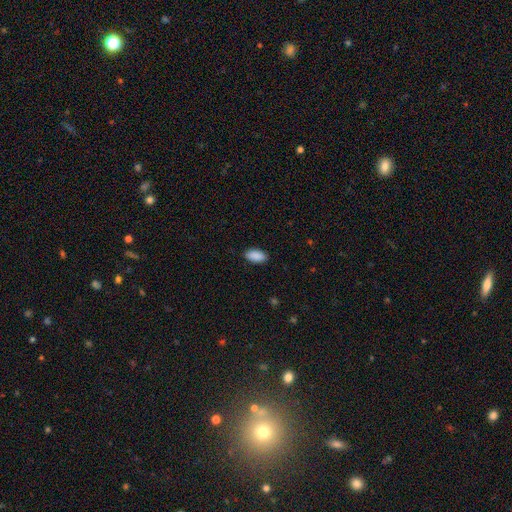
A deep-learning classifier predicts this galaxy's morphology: A smooth galaxy with no disk features (90%) that is in between round and cigar-shaped (94%).

Vote fractions:
- Smooth or featured? smooth: 90% / star or artifact: 7% / featured or disk: 3%
- How rounded? in between: 94% / cigar-shaped: 3% / round: 2%
- Merging? none: 89% / minor disturbance: 8% / major disturbance: 2% / merger: 1%